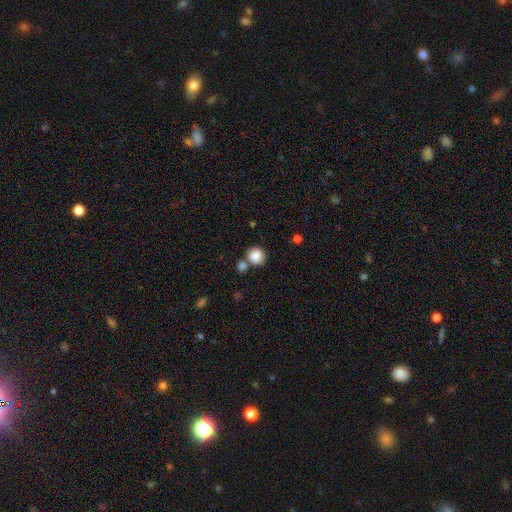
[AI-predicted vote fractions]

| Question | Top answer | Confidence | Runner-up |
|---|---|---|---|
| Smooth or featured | smooth | 86% | star or artifact (8%) |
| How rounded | round | 86% | in between (13%) |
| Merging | none | 62% | merger (24%) |